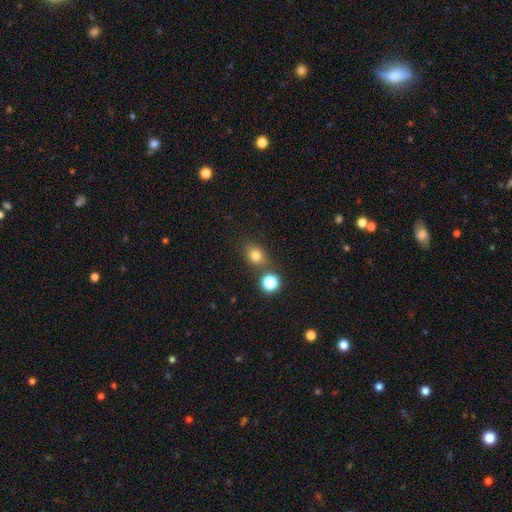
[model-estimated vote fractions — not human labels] The model was most divided on "how rounded": round: 53%, in between: 46%, cigar-shaped: 1%. More confident: smooth or featured — smooth (77%); merging — none (70%).